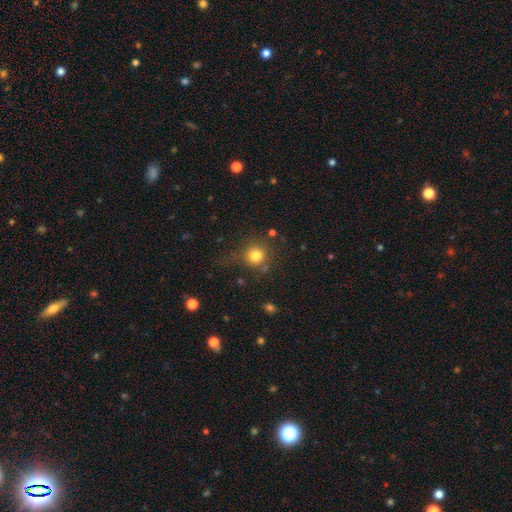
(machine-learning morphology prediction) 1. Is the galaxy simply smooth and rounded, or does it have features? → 80% smooth, 13% star or artifact, 7% featured or disk.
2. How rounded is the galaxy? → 91% round, 8% in between, 1% cigar-shaped.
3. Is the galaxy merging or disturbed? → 71% none, 15% minor disturbance, 8% major disturbance, 6% merger.